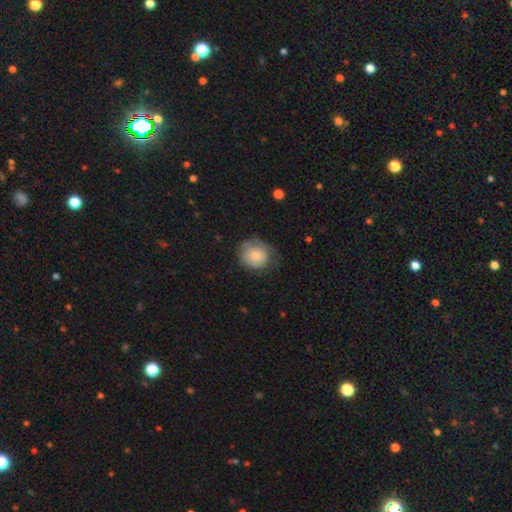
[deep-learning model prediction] Overall: smooth (74%). How rounded: round (77%). Merging: none (55%; minor disturbance 30%).